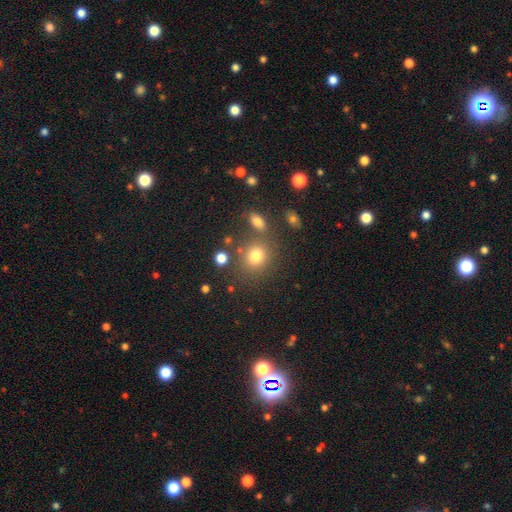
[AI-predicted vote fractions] Smooth or featured?
  - smooth: 76% *
  - star or artifact: 15%
  - featured or disk: 9%
How rounded?
  - round: 77% *
  - in between: 22%
  - cigar-shaped: 1%
Merging?
  - none: 71% *
  - merger: 13%
  - minor disturbance: 11%
  - major disturbance: 5%